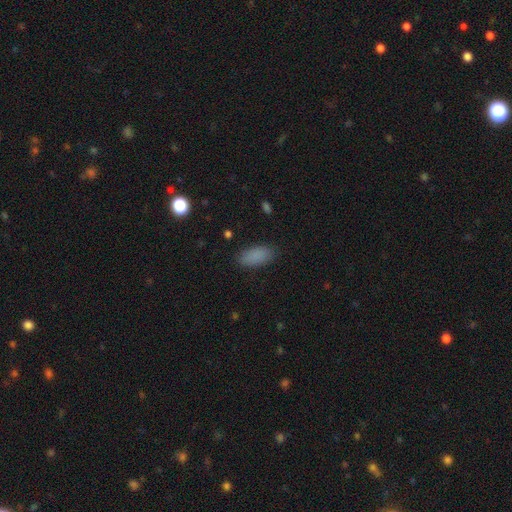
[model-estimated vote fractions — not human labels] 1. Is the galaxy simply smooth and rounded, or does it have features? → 87% smooth, 8% star or artifact, 4% featured or disk.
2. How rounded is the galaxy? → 90% in between, 8% cigar-shaped, 3% round.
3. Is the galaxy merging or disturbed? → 85% none, 11% minor disturbance, 3% major disturbance, 1% merger.